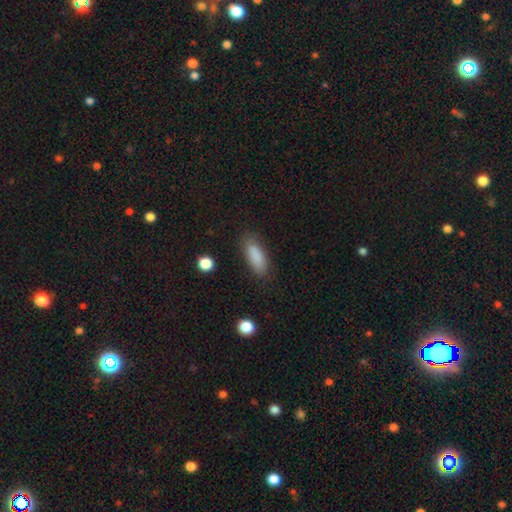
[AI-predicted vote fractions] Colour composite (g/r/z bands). It shows a smooth galaxy with no disk features (86%) that is in between round and cigar-shaped (73%). Merging: none (80%).